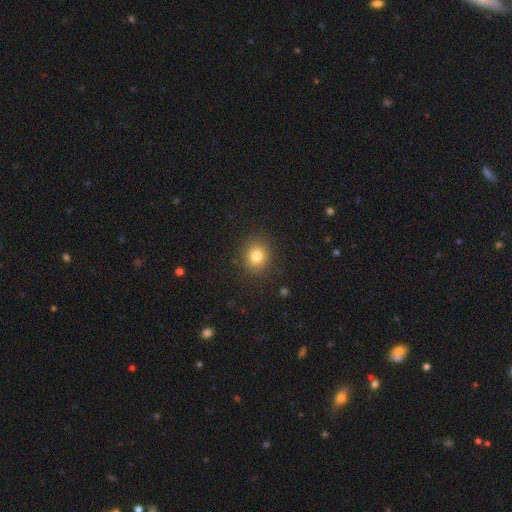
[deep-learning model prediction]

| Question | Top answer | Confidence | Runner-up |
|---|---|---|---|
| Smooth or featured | smooth | 81% | star or artifact (12%) |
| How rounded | round | 82% | in between (17%) |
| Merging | none | 89% | minor disturbance (7%) |